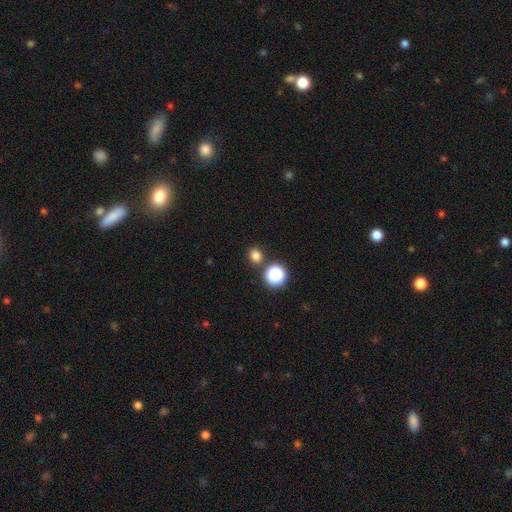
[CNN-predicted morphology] This is likely a smooth galaxy (76%). How rounded: clearly round (80%). Merging: clearly none (82%).